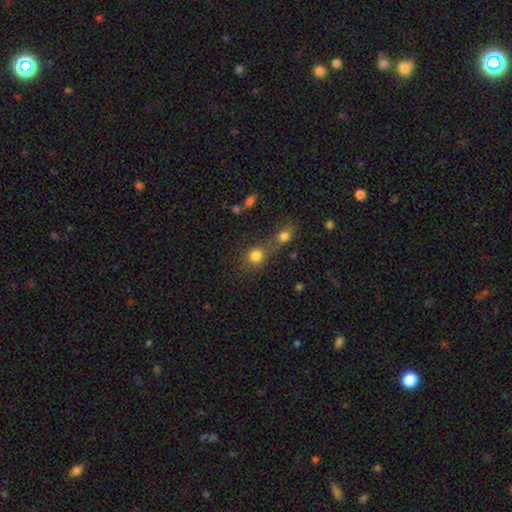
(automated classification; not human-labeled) smooth-or-featured: smooth: 79% | star or artifact: 13% | featured or disk: 8%
  how-rounded: round: 81% | in between: 17% | cigar-shaped: 2%
  merging: merger: 44% | none: 42% | minor disturbance: 8% | major disturbance: 5%